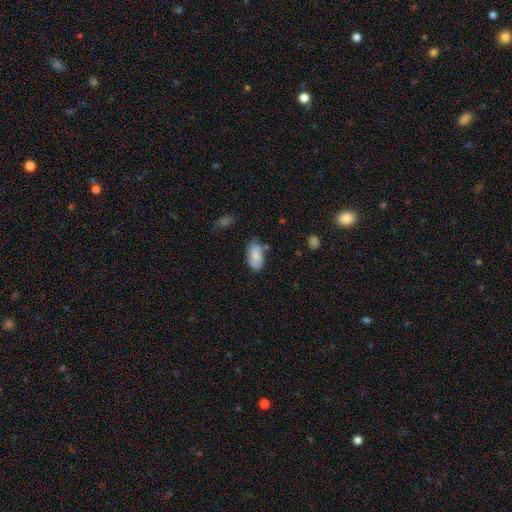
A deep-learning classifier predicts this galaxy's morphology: A smooth galaxy with no disk features (80%) that is in between round and cigar-shaped (94%).

Vote fractions:
- Smooth or featured? smooth: 80% / featured or disk: 13% / star or artifact: 7%
- How rounded? in between: 94% / round: 3% / cigar-shaped: 3%
- Merging? none: 67% / minor disturbance: 23% / merger: 5% / major disturbance: 5%